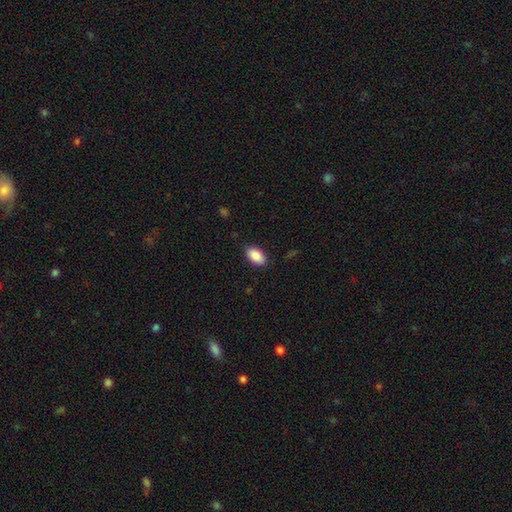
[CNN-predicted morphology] This is clearly a smooth galaxy (89%). How rounded: clearly in between (94%). Merging: clearly none (87%).